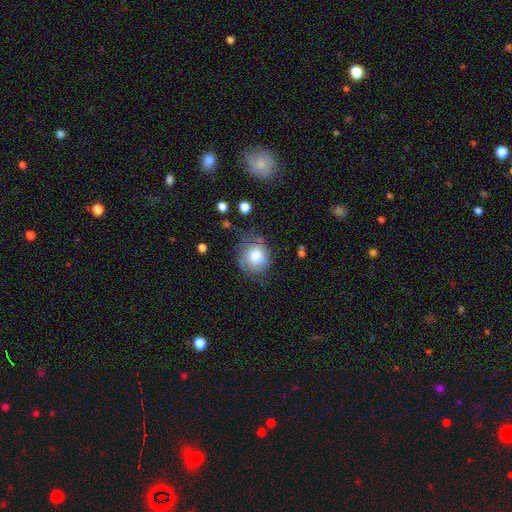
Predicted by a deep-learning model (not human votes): smooth-or-featured: smooth: 75% | featured or disk: 17% | star or artifact: 8%
  how-rounded: round: 75% | in between: 25% | cigar-shaped: 1%
  merging: none: 57% | minor disturbance: 28% | major disturbance: 12% | merger: 3%